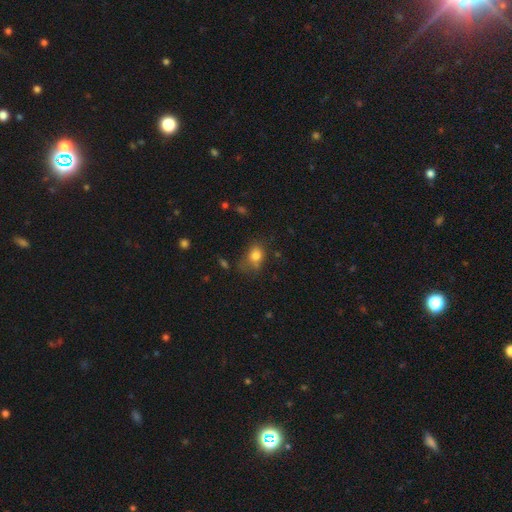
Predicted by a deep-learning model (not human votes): Morphology: type=smooth (78%); roundness=in between (56%); merging=none (50%).